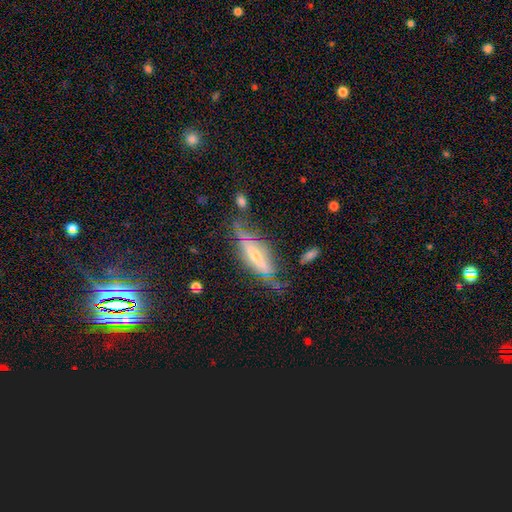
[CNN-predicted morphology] The model was most divided on "smooth or featured": featured or disk: 62%, smooth: 29%, star or artifact: 9%. More confident: edge-on disk — yes (70%); merging — none (58%).